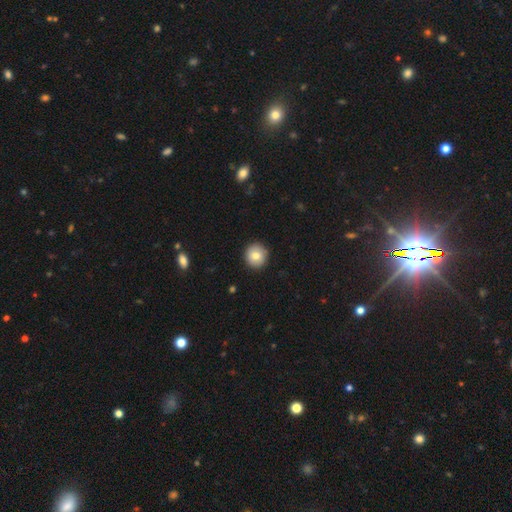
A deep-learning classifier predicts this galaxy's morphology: Overall: smooth (76%). How rounded: round (93%). Merging: none (90%).